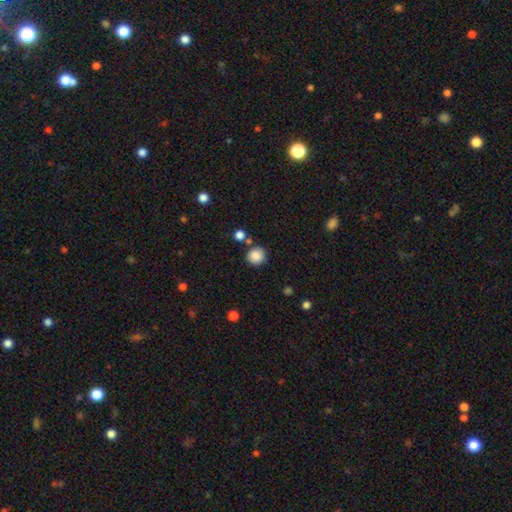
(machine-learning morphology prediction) Q: Smooth or featured?
A: smooth (87%); runner-up: star or artifact (9%)
Q: How rounded?
A: round (91%); runner-up: in between (8%)
Q: Merging?
A: none (80%); runner-up: minor disturbance (10%)